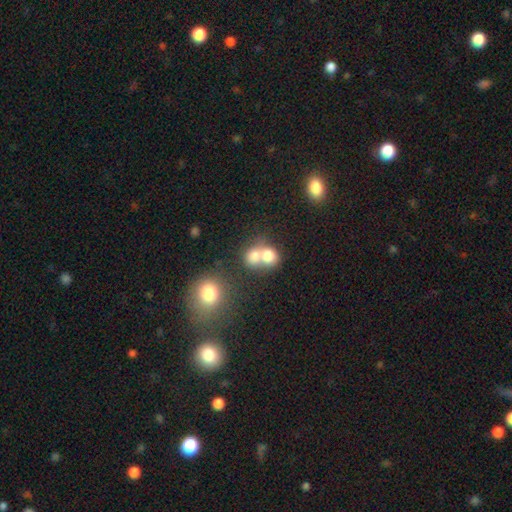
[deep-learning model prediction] Q: Smooth or featured?
A: smooth (74%); runner-up: featured or disk (15%)
Q: How rounded?
A: round (69%); runner-up: in between (30%)
Q: Merging?
A: merger (65%); runner-up: none (27%)